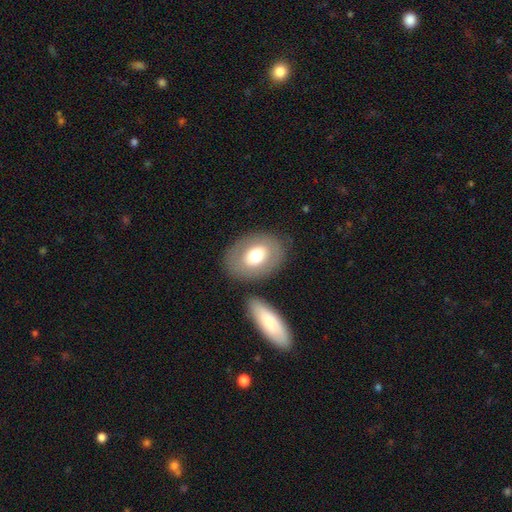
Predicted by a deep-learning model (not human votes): Smooth or featured? Predicted: smooth (p=0.65). How rounded? Predicted: in between (p=0.75). Merging? Predicted: none (p=0.77).